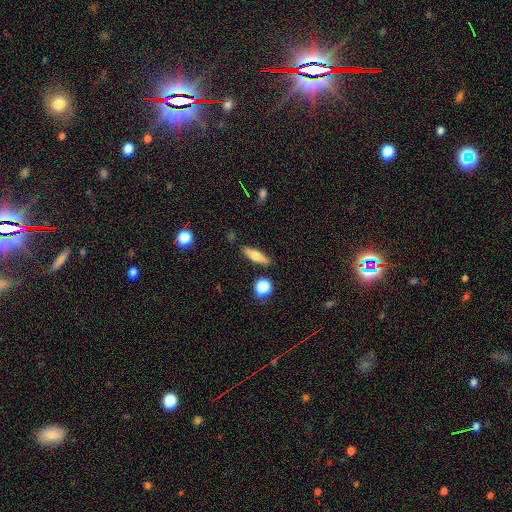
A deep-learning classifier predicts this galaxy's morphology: Smooth or featured?
  - smooth: 60% *
  - featured or disk: 32%
  - star or artifact: 8%
How rounded?
  - cigar-shaped: 59% *
  - in between: 37%
  - round: 4%
Merging?
  - none: 85% *
  - minor disturbance: 10%
  - merger: 3%
  - major disturbance: 2%